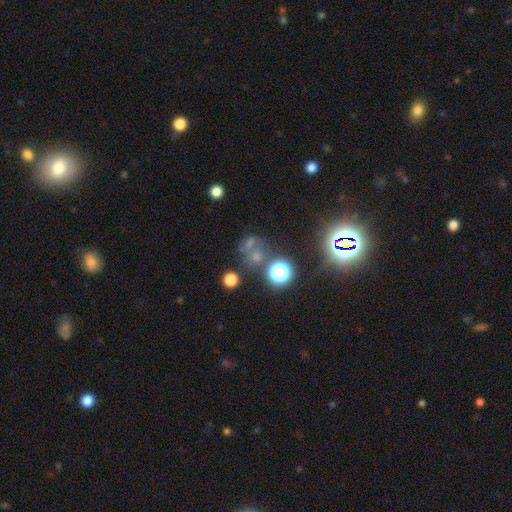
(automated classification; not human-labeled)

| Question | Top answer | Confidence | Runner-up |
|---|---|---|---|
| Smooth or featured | smooth | 53% | star or artifact (33%) |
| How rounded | round | 79% | in between (20%) |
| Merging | none | 50% | merger (25%) |